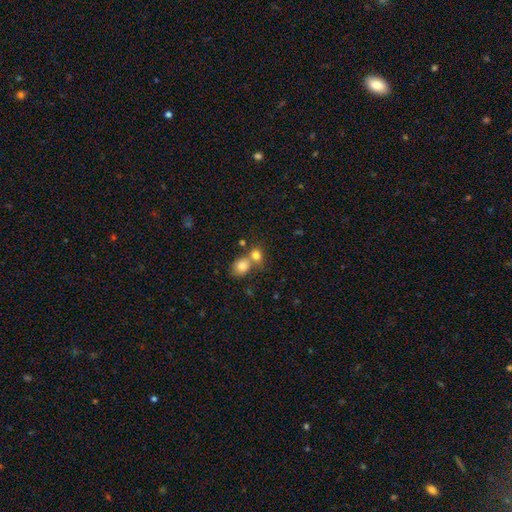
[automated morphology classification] smooth-or-featured: smooth: 79% | star or artifact: 11% | featured or disk: 10%
  how-rounded: round: 59% | in between: 40% | cigar-shaped: 1%
  merging: merger: 53% | none: 36% | minor disturbance: 7% | major disturbance: 3%